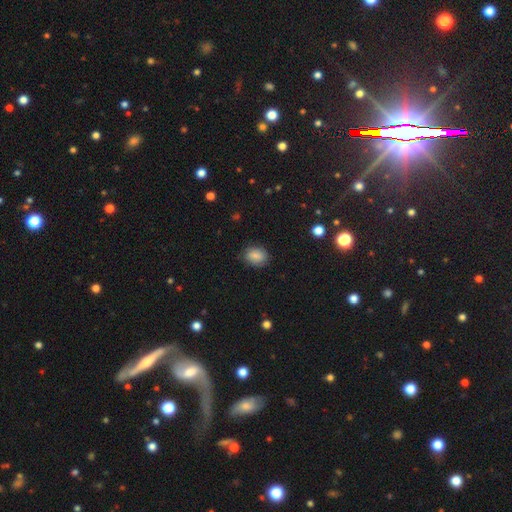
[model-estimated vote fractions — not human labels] Morphology: type=smooth (85%); roundness=in between (56%); merging=none (82%).